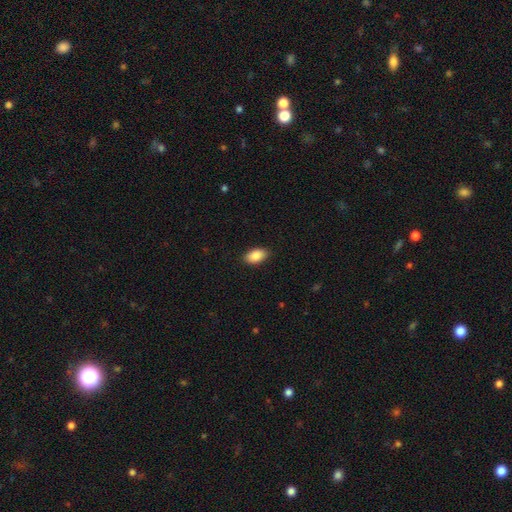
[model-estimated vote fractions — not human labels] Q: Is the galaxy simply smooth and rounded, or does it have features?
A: smooth — 89%.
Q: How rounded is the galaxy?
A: in between — 93%.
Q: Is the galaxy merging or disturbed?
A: none — 87%.